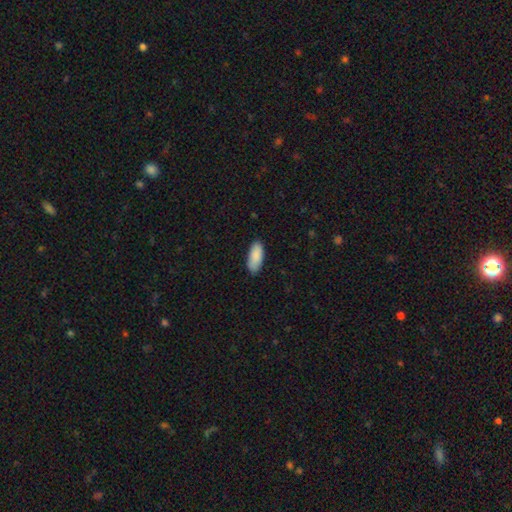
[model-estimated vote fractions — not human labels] Morphology: type=smooth (89%); roundness=in between (86%); merging=none (83%).